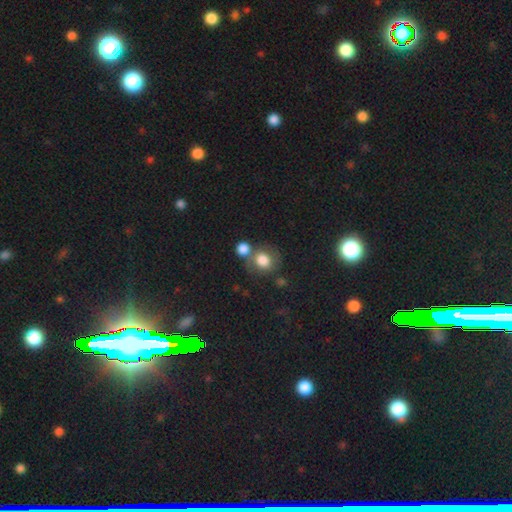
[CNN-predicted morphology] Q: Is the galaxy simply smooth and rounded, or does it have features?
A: star or artifact — 66%.